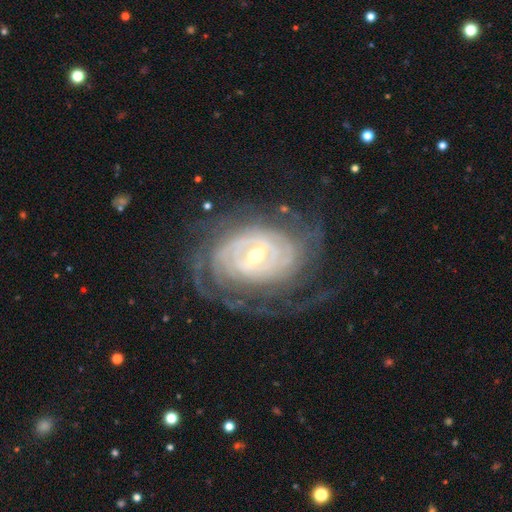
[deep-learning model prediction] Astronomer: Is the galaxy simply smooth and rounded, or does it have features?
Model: featured or disk — 90%.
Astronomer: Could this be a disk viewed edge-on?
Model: no — 96%.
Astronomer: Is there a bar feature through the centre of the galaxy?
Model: weak — 46% (runner-up: strong, 36%).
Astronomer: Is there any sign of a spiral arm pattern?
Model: yes — 96%.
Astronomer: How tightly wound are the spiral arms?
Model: tight — 80%.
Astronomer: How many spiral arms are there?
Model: can't tell — 35% (runner-up: 2, 16%).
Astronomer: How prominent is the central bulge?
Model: small — 51% (runner-up: moderate, 45%).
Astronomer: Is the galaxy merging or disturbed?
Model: none — 72%.